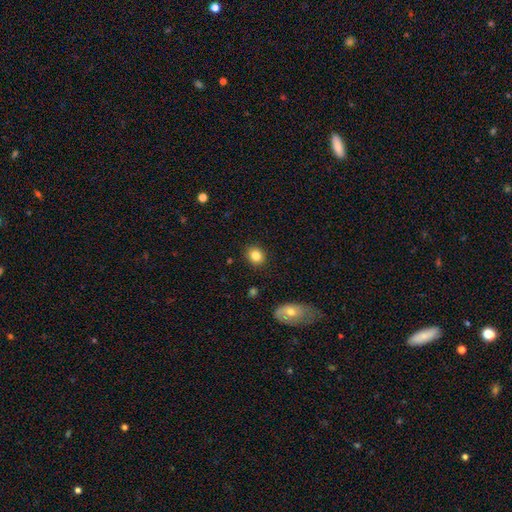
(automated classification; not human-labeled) smooth 83%, star or artifact 10%, featured or disk 7%. Down the decision tree: how rounded — round (68%); merging — none (89%).